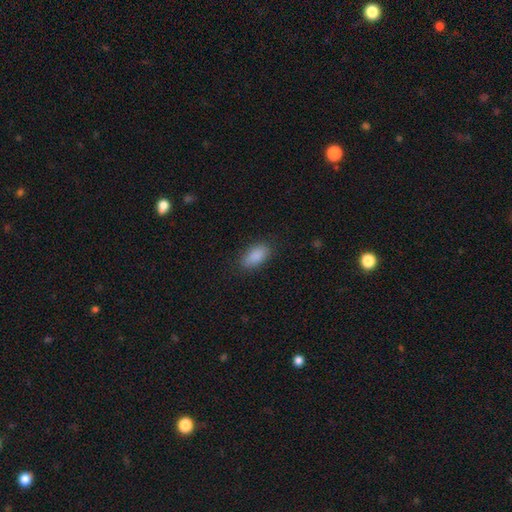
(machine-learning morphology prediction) Smooth or featured? Predicted: smooth (p=0.89). How rounded? Predicted: in between (p=0.92). Merging? Predicted: none (p=0.83).